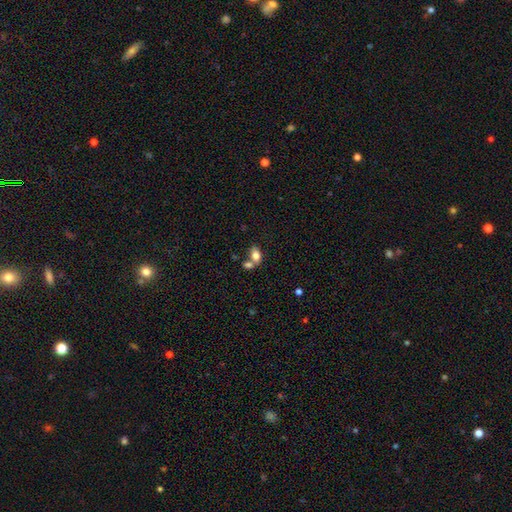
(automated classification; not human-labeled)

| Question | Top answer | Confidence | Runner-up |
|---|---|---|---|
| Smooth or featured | smooth | 78% | featured or disk (13%) |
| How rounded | in between | 83% | round (15%) |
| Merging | merger | 47% | none (37%) |